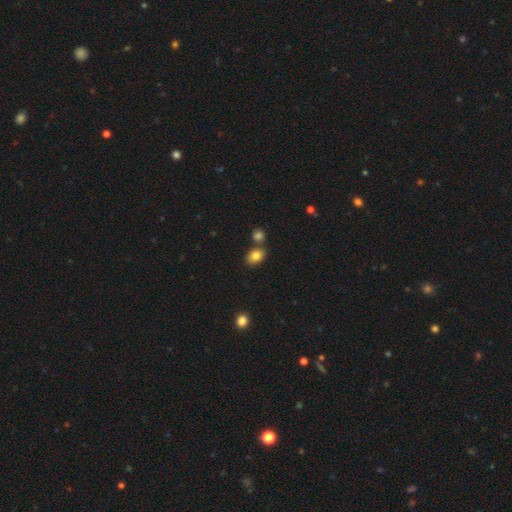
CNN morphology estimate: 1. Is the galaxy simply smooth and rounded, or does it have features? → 83% smooth, 10% star or artifact, 7% featured or disk.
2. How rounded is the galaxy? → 67% in between, 32% round, 1% cigar-shaped.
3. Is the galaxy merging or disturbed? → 67% none, 19% merger, 11% minor disturbance, 3% major disturbance.